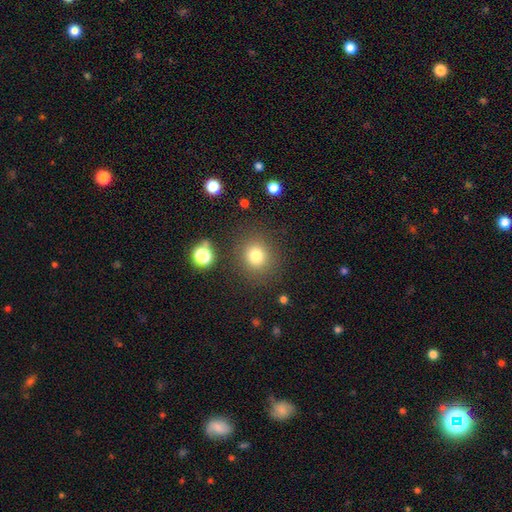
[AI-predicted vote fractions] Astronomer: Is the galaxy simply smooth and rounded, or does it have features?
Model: smooth — 78%.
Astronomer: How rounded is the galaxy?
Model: round — 87%.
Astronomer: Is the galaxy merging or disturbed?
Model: none — 85%.